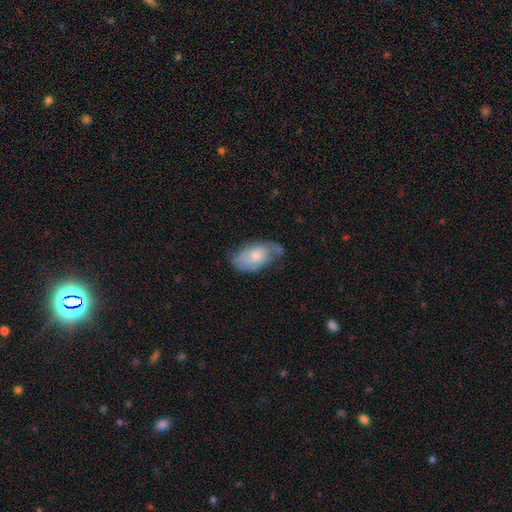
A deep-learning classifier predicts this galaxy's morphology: smooth_or_featured: smooth (p=0.53) [alt: featured or disk p=0.41]
how_rounded: in between (p=0.93) [alt: round p=0.04]
merging: none (p=0.52) [alt: minor disturbance p=0.34]